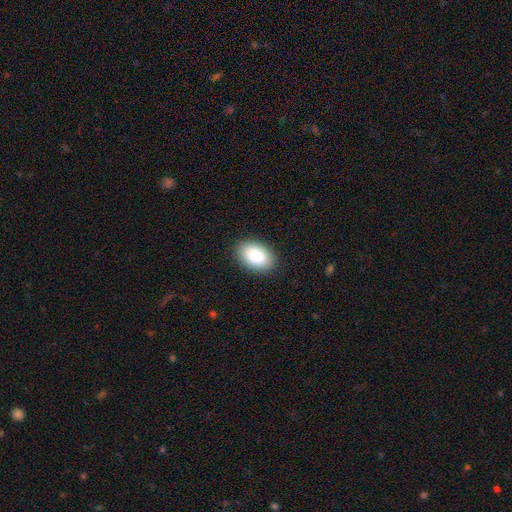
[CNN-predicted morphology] Q: Smooth or featured?
A: smooth (90%); runner-up: star or artifact (6%)
Q: How rounded?
A: in between (92%); runner-up: round (7%)
Q: Merging?
A: none (88%); runner-up: minor disturbance (9%)